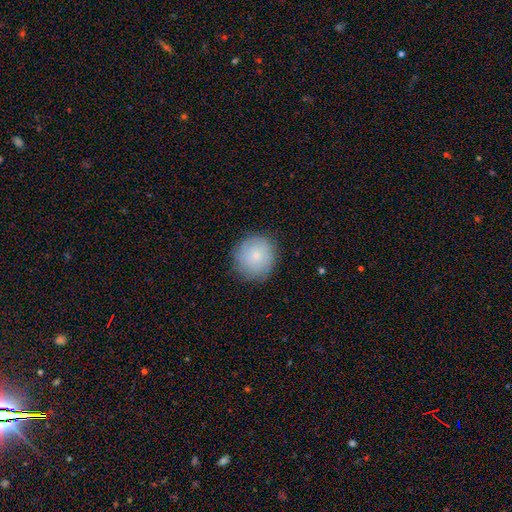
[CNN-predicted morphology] smooth_or_featured: smooth (p=0.76) [alt: featured or disk p=0.16]
how_rounded: round (p=0.92) [alt: in between p=0.07]
merging: none (p=0.85) [alt: minor disturbance p=0.11]